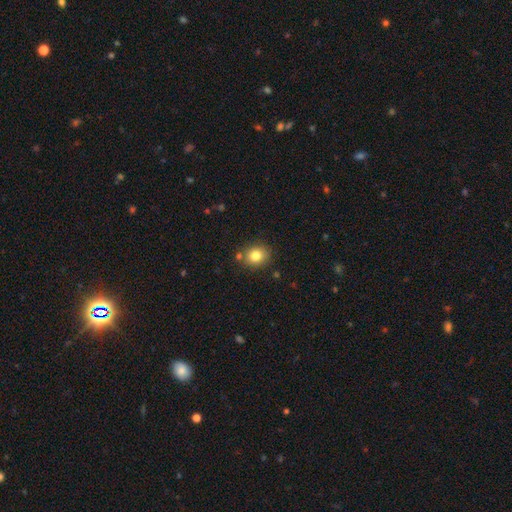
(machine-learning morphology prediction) smooth_or_featured: smooth (p=0.81) [alt: star or artifact p=0.11]
how_rounded: round (p=0.69) [alt: in between p=0.30]
merging: none (p=0.80) [alt: minor disturbance p=0.11]